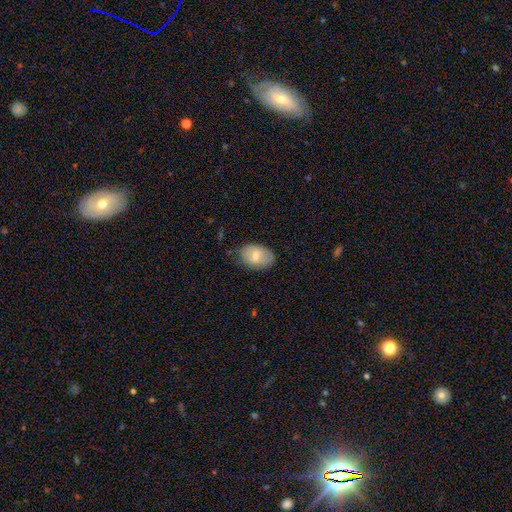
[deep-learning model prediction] Smooth or featured?
  - smooth: 73% *
  - featured or disk: 21%
  - star or artifact: 7%
How rounded?
  - in between: 88% *
  - round: 11%
  - cigar-shaped: 1%
Merging?
  - none: 74% *
  - minor disturbance: 21%
  - major disturbance: 4%
  - merger: 1%